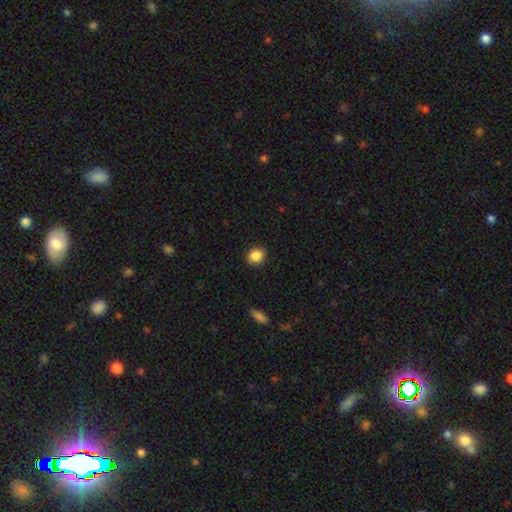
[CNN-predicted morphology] smooth-or-featured: smooth: 88% | star or artifact: 9% | featured or disk: 3%
  how-rounded: round: 70% | in between: 28% | cigar-shaped: 1%
  merging: none: 89% | minor disturbance: 8% | major disturbance: 2% | merger: 1%